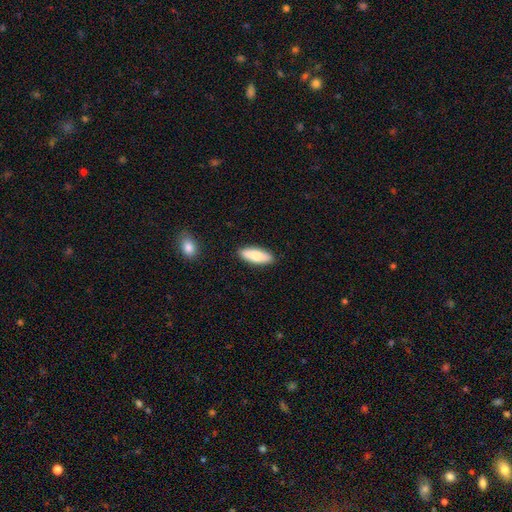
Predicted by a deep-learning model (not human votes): Smooth or featured? Predicted: smooth (p=0.75). How rounded? Predicted: in between (p=0.65). Merging? Predicted: none (p=0.89).